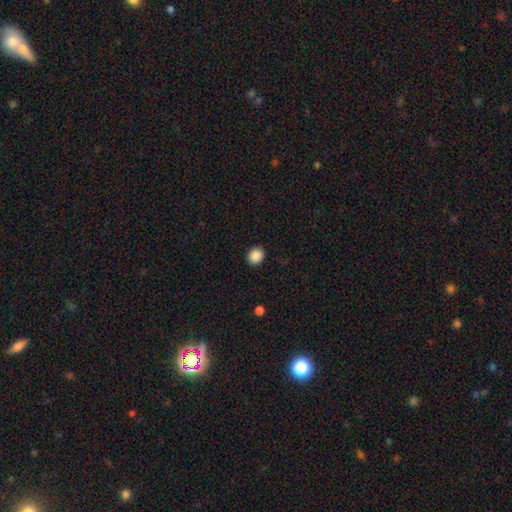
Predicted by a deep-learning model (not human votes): Morphology: type=smooth (88%); roundness=round (69%); merging=none (91%).